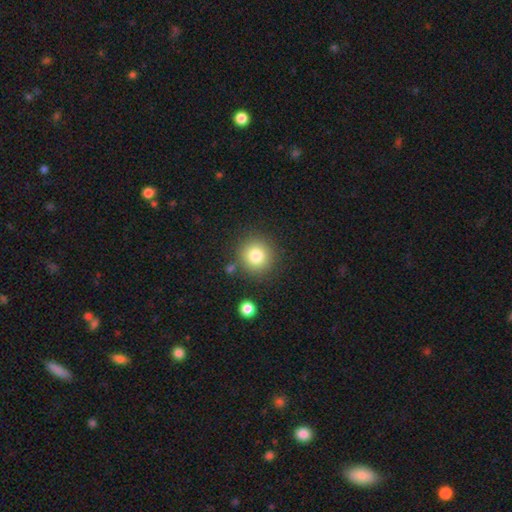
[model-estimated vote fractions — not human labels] Smooth or featured: smooth — 80% (star or artifact — 11%)
How rounded: round — 93% (in between — 6%)
Merging: none — 83% (minor disturbance — 8%)